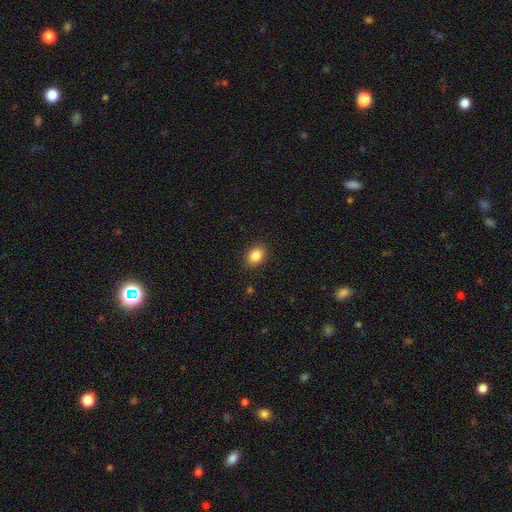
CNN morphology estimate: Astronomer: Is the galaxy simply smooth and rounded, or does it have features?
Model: smooth — 85%.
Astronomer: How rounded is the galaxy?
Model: in between — 70%.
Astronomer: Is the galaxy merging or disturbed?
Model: none — 88%.